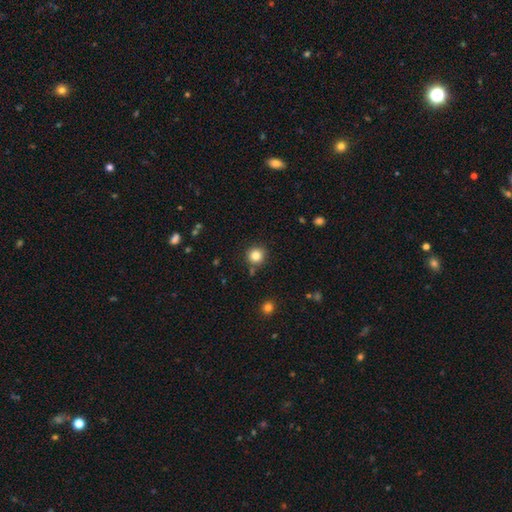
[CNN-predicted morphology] Smooth or featured?
  - smooth: 83% *
  - star or artifact: 11%
  - featured or disk: 6%
How rounded?
  - round: 94% *
  - in between: 5%
  - cigar-shaped: 1%
Merging?
  - none: 85% *
  - minor disturbance: 8%
  - merger: 5%
  - major disturbance: 3%